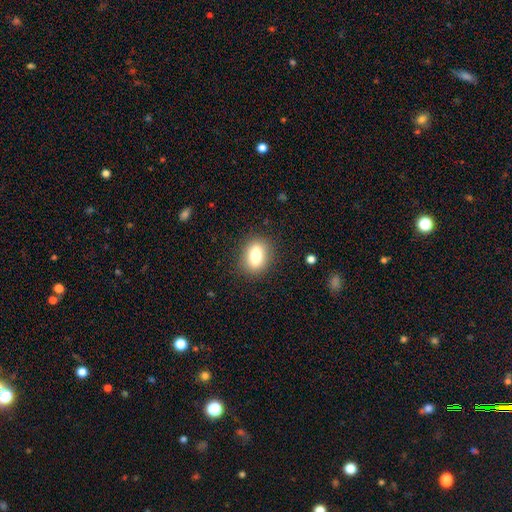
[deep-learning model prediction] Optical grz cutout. It shows a smooth galaxy with no disk features (70%) that is in between round and cigar-shaped (70%). Merging: none (86%).